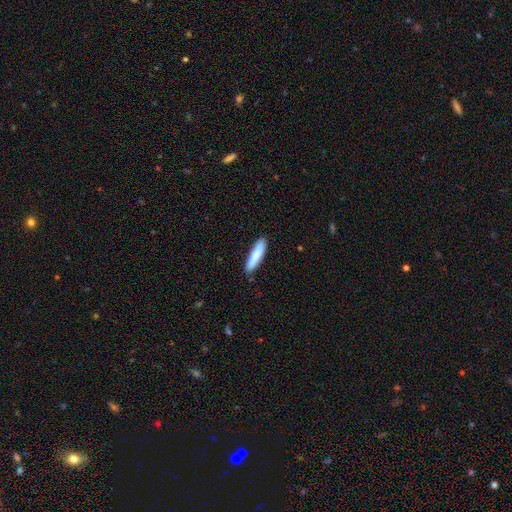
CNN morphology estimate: Q: Smooth or featured?
A: smooth (85%); runner-up: featured or disk (10%)
Q: How rounded?
A: cigar-shaped (80%); runner-up: in between (19%)
Q: Merging?
A: none (88%); runner-up: minor disturbance (9%)